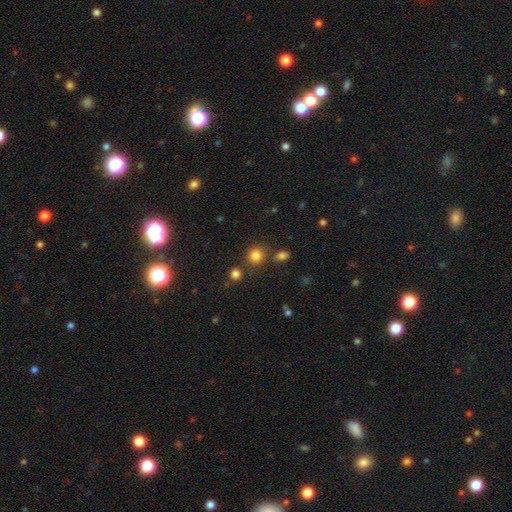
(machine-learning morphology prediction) Overall: smooth (81%). How rounded: round (85%). Merging: none (77%).